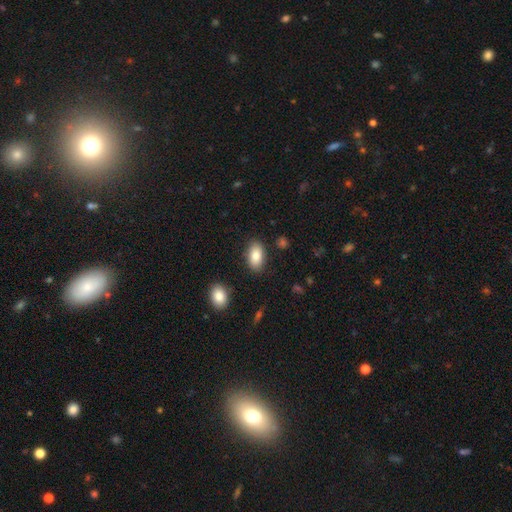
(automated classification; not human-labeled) A smooth galaxy with no disk features (85%) that is in between round and cigar-shaped (93%).

Vote fractions:
- Smooth or featured? smooth: 85% / featured or disk: 8% / star or artifact: 7%
- How rounded? in between: 93% / round: 5% / cigar-shaped: 2%
- Merging? none: 85% / minor disturbance: 10% / major disturbance: 3% / merger: 2%